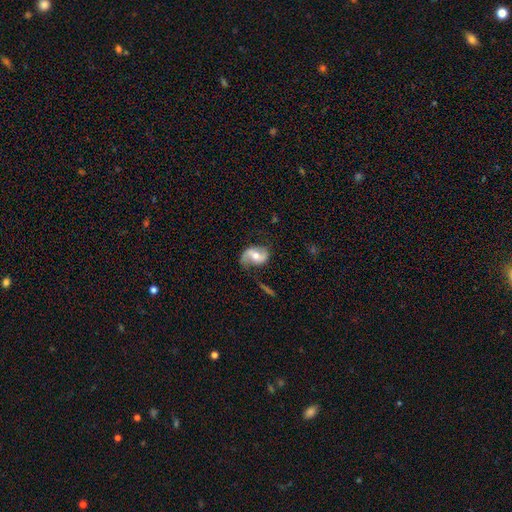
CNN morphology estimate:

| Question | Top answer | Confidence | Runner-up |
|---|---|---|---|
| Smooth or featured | featured or disk | 78% | smooth (17%) |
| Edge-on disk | no | 97% | yes (3%) |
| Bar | weak | 42% | no (34%) |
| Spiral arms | yes | 92% | no (8%) |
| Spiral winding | loose | 56% | medium (33%) |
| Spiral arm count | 2 | 88% | 1 (6%) |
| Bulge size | moderate | 70% | small (23%) |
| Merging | none | 67% | minor disturbance (20%) |